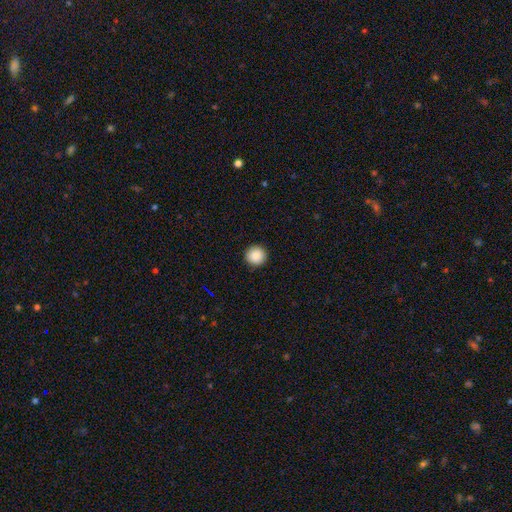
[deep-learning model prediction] Morphology: type=smooth (89%); roundness=round (95%); merging=none (93%).